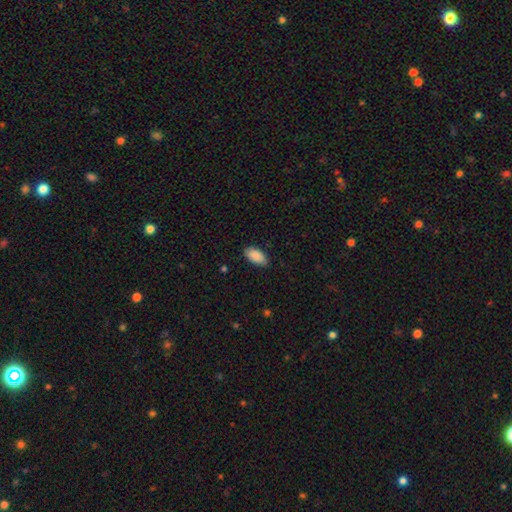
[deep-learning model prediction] Q: Smooth or featured?
A: smooth (89%); runner-up: star or artifact (6%)
Q: How rounded?
A: in between (95%); runner-up: cigar-shaped (3%)
Q: Merging?
A: none (83%); runner-up: minor disturbance (14%)